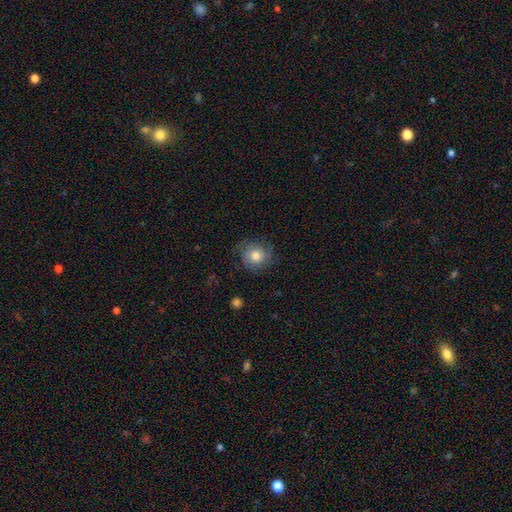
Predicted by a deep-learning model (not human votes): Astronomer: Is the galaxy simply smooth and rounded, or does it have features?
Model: smooth — 59%.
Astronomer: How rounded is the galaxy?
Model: round — 85%.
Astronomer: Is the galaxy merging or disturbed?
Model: none — 73%.